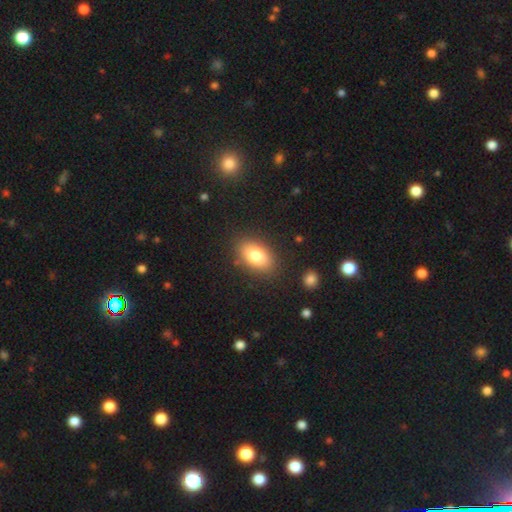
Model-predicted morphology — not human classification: type=smooth (81%); roundness=in between (90%); merging=none (85%).